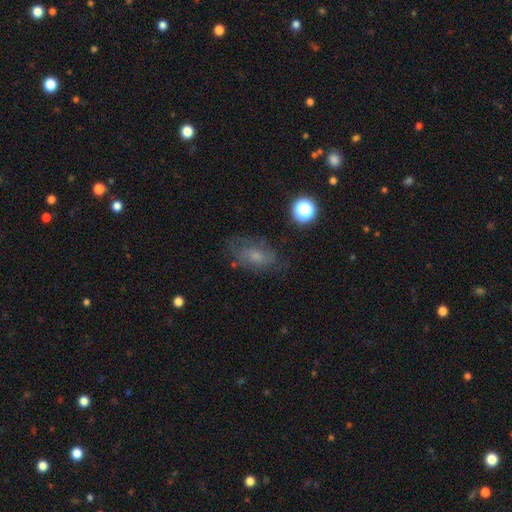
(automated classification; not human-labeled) smooth 48%, featured or disk 37%, star or artifact 15%. Down the decision tree: merging — none (63%).